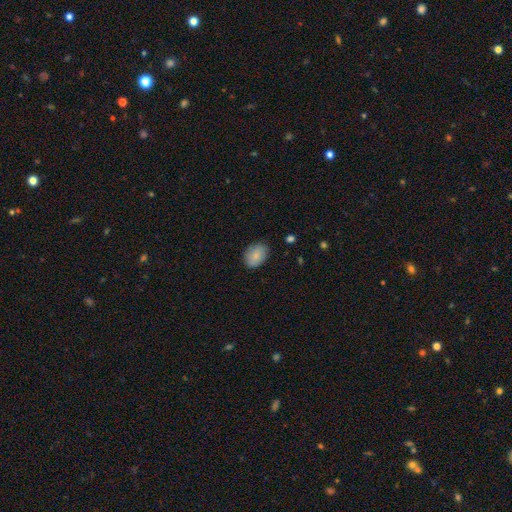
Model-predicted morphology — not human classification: A smooth galaxy with no disk features (84%) that is in between round and cigar-shaped (73%). Merging: none (83%).